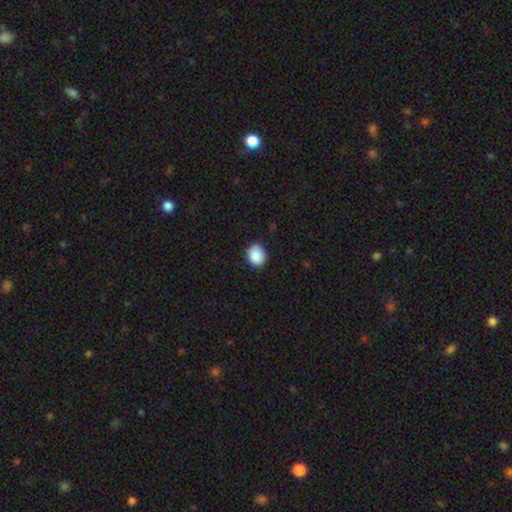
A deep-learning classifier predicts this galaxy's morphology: type=smooth (89%); roundness=round (53%); merging=none (84%).